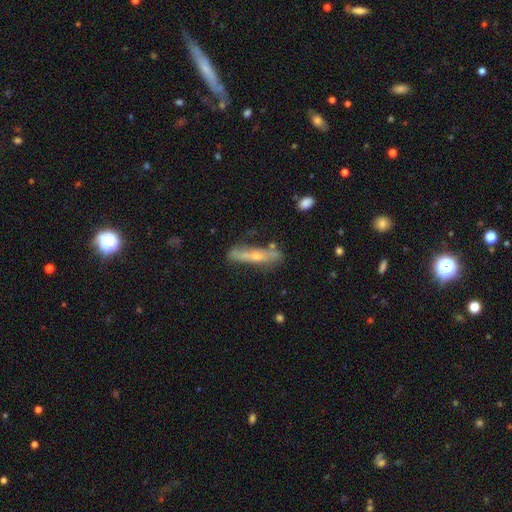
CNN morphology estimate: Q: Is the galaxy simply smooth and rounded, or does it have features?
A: featured or disk — 62%.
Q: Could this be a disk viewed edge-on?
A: yes — 77%.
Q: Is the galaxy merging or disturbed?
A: none — 67%.